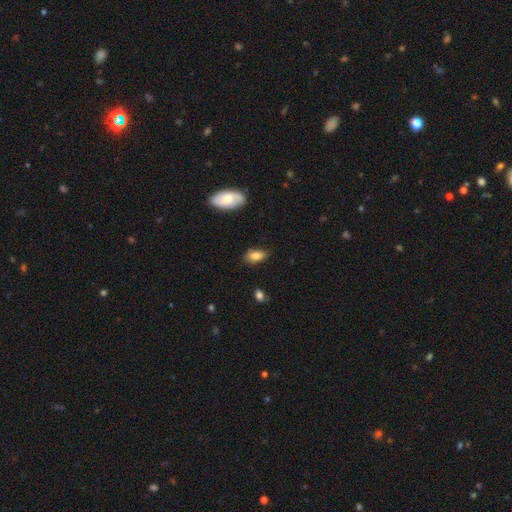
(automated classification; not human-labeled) Smooth or featured?
  - smooth: 81% *
  - featured or disk: 11%
  - star or artifact: 8%
How rounded?
  - in between: 90% *
  - round: 5%
  - cigar-shaped: 5%
Merging?
  - none: 74% *
  - minor disturbance: 20%
  - major disturbance: 4%
  - merger: 2%